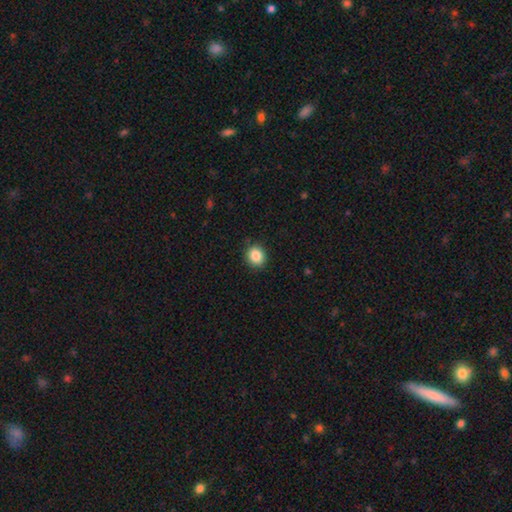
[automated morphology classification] smooth_or_featured: smooth (p=0.86) [alt: star or artifact p=0.09]
how_rounded: round (p=0.75) [alt: in between p=0.24]
merging: none (p=0.89) [alt: minor disturbance p=0.08]